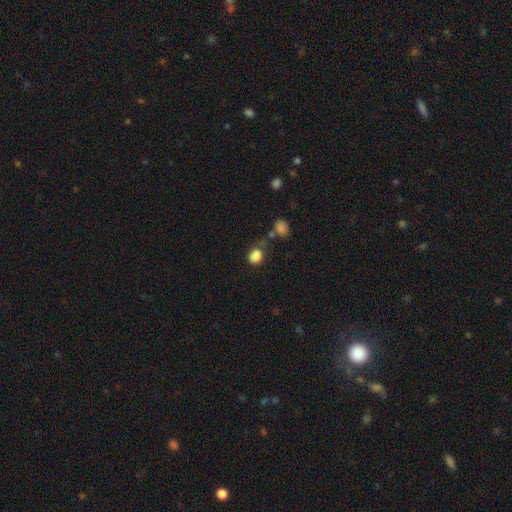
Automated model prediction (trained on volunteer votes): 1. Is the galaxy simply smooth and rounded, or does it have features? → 85% smooth, 11% star or artifact, 4% featured or disk.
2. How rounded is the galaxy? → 53% round, 45% in between, 1% cigar-shaped.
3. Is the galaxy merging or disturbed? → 59% none, 22% minor disturbance, 10% major disturbance, 10% merger.